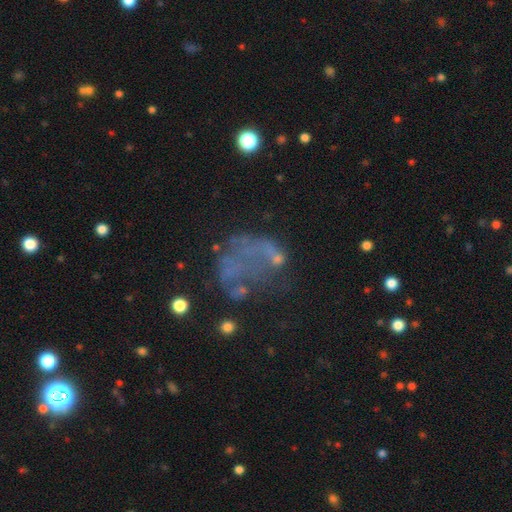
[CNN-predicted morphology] Smooth or featured? featured or disk (45%)
Merging? none (39%)